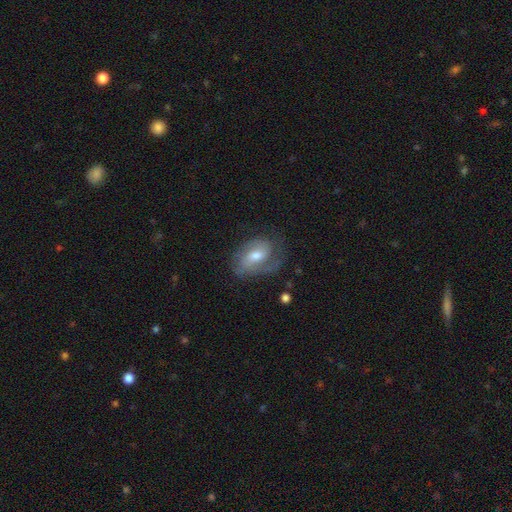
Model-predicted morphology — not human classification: Q: Smooth or featured?
A: featured or disk (74%); runner-up: smooth (19%)
Q: Edge-on disk?
A: no (96%); runner-up: yes (4%)
Q: Bar?
A: weak (48%); runner-up: no (38%)
Q: Spiral arms?
A: yes (92%); runner-up: no (8%)
Q: Spiral winding?
A: medium (45%); runner-up: tight (36%)
Q: Spiral arm count?
A: 2 (57%); runner-up: 1 (18%)
Q: Bulge size?
A: moderate (65%); runner-up: small (23%)
Q: Merging?
A: none (62%); runner-up: minor disturbance (22%)